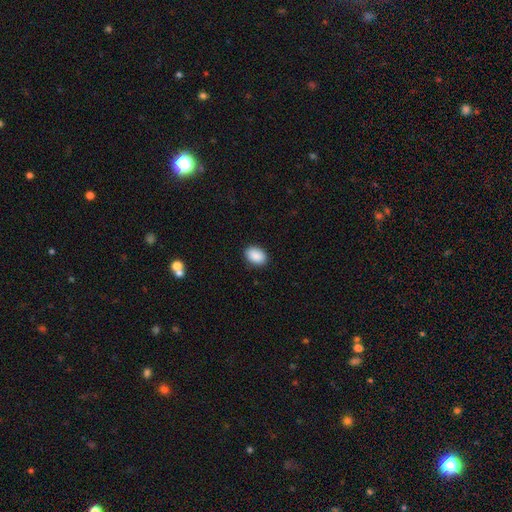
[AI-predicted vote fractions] smooth_or_featured: smooth (p=0.90) [alt: star or artifact p=0.07]
how_rounded: in between (p=0.83) [alt: round p=0.16]
merging: none (p=0.90) [alt: minor disturbance p=0.07]